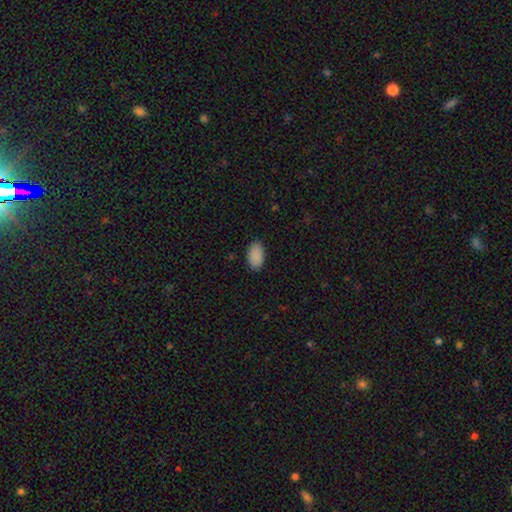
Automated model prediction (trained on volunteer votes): Smooth or featured? Predicted: smooth (p=0.90). How rounded? Predicted: in between (p=0.93). Merging? Predicted: none (p=0.86).